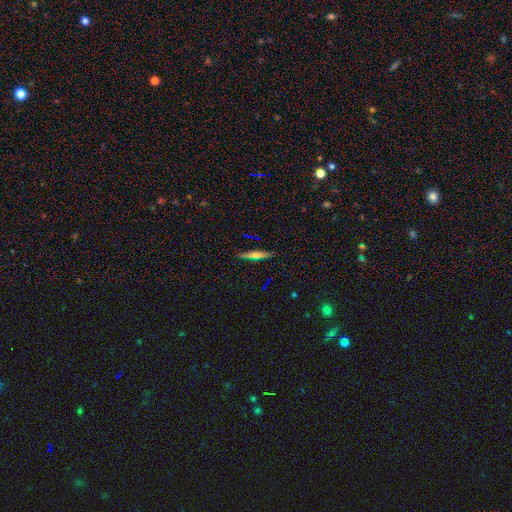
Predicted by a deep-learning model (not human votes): This appears to be a featured or disk galaxy (51%) viewed edge-on (95%). Merging: none (90%).